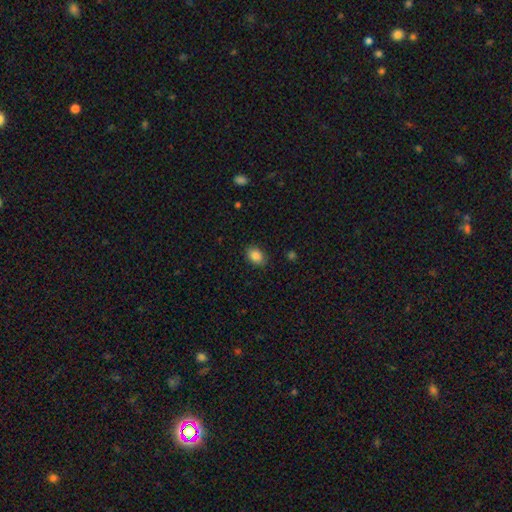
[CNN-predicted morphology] A smooth galaxy with no disk features (87%) that is in between round and cigar-shaped (76%).

Vote fractions:
- Smooth or featured? smooth: 87% / star or artifact: 9% / featured or disk: 4%
- How rounded? in between: 76% / round: 23% / cigar-shaped: 1%
- Merging? none: 86% / minor disturbance: 10% / major disturbance: 3% / merger: 1%